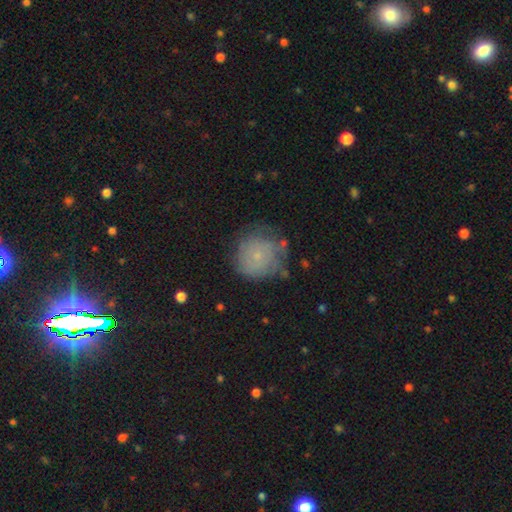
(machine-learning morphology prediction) This is likely a smooth galaxy (63%). How rounded: clearly round (91%). Merging: likely none (64%).